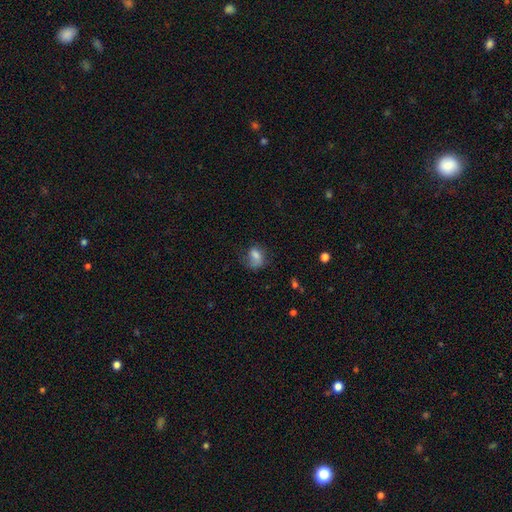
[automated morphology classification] Q: Smooth or featured?
A: smooth (70%); runner-up: featured or disk (20%)
Q: How rounded?
A: in between (74%); runner-up: round (25%)
Q: Merging?
A: none (40%); runner-up: major disturbance (29%)